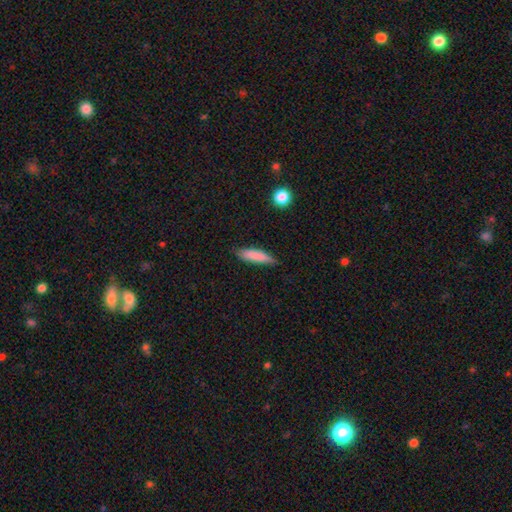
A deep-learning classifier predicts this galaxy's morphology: smooth 83%, featured or disk 10%, star or artifact 7%. Down the decision tree: how rounded — cigar-shaped (69%); merging — none (76%).